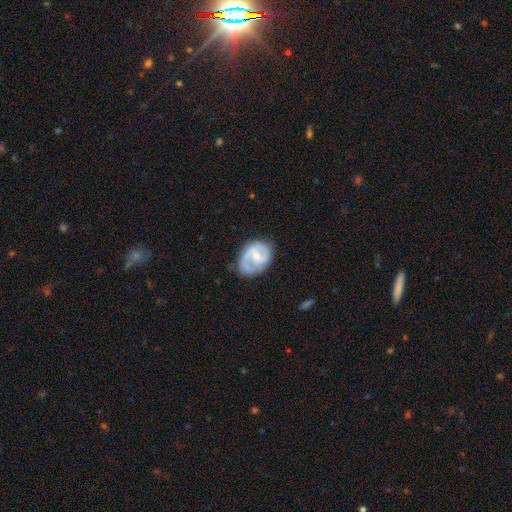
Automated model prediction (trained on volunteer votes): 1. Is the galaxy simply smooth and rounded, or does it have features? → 72% featured or disk, 22% smooth, 5% star or artifact.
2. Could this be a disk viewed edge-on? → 98% no, 2% yes.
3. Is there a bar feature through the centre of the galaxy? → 53% weak, 27% no, 20% strong.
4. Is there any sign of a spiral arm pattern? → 83% yes, 17% no.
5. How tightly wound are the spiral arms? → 48% medium, 27% tight, 25% loose.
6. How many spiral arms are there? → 71% 2, 13% can't tell, 11% 1, 3% 3, 1% 4, 1% more than 4.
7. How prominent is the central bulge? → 53% small, 41% moderate, 4% none, 2% large, 1% dominant.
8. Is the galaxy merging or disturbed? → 58% none, 28% minor disturbance, 12% major disturbance, 2% merger.